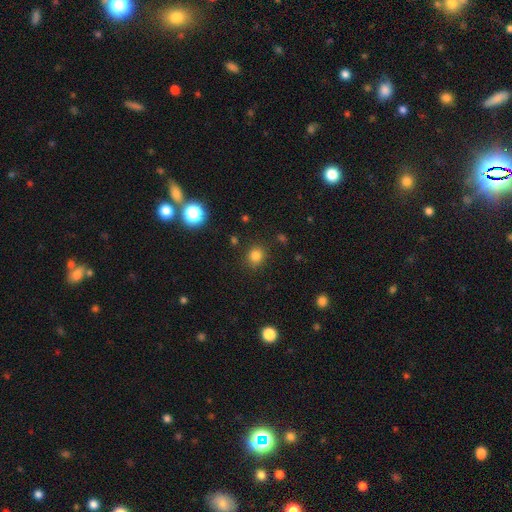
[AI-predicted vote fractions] The model was most divided on "how rounded": round: 80%, in between: 19%, cigar-shaped: 1%. More confident: merging — none (87%); smooth or featured — smooth (80%).